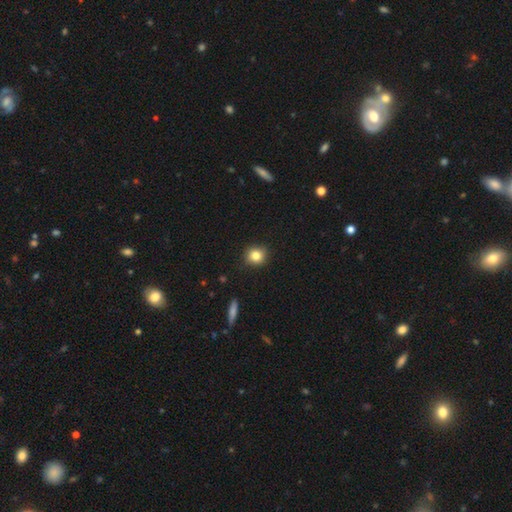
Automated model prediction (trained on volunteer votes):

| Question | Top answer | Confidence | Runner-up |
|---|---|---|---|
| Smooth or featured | smooth | 83% | star or artifact (11%) |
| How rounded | round | 87% | in between (12%) |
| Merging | none | 88% | minor disturbance (9%) |